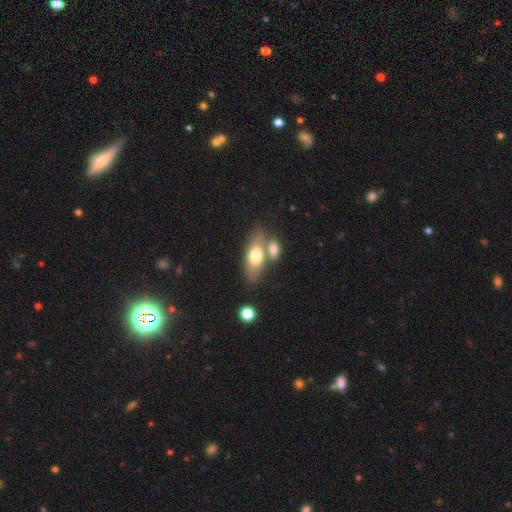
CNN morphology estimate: Smooth or featured?
  - smooth: 70% *
  - featured or disk: 24%
  - star or artifact: 6%
How rounded?
  - in between: 80% *
  - cigar-shaped: 16%
  - round: 5%
Merging?
  - none: 46% *
  - merger: 39%
  - minor disturbance: 11%
  - major disturbance: 4%